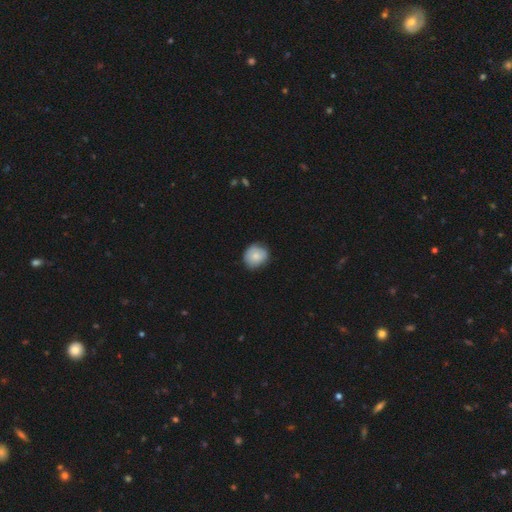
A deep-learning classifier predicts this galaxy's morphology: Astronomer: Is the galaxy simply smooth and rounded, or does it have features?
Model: smooth — 79%.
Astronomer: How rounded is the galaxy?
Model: round — 76%.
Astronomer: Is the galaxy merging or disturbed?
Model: none — 75%.